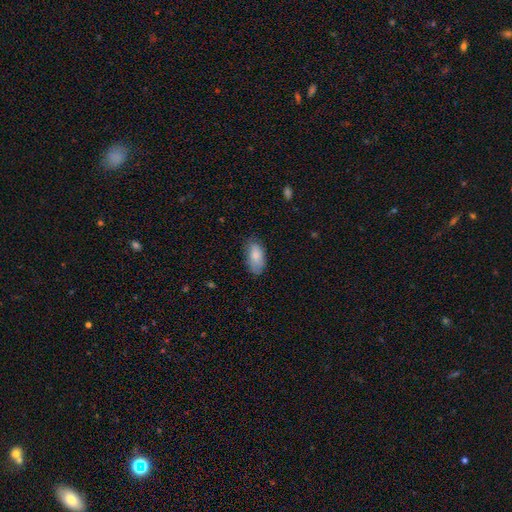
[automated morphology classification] smooth-or-featured: smooth: 83% | featured or disk: 10% | star or artifact: 6%
  how-rounded: in between: 93% | cigar-shaped: 4% | round: 3%
  merging: none: 74% | minor disturbance: 20% | major disturbance: 4% | merger: 1%